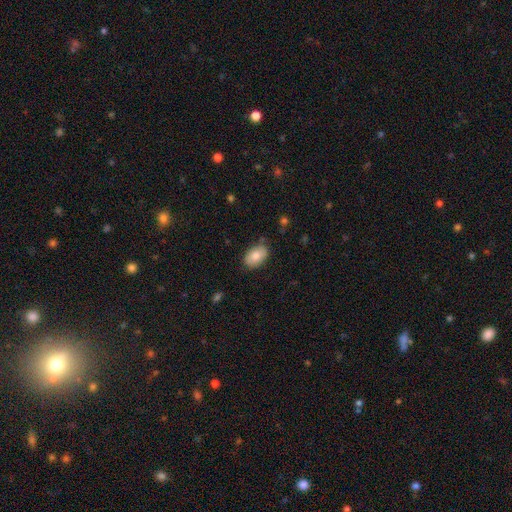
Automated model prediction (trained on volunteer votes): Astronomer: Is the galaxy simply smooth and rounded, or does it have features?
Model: smooth — 81%.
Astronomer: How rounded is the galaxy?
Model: in between — 91%.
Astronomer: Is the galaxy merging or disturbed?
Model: none — 80%.